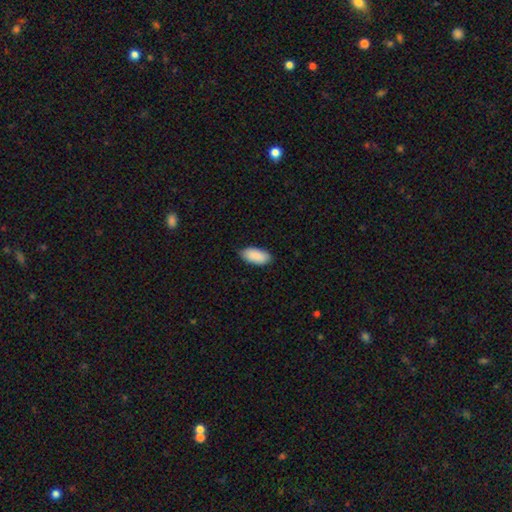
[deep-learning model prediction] Smooth or featured? smooth (91%)
How rounded? in between (94%)
Merging? none (86%)